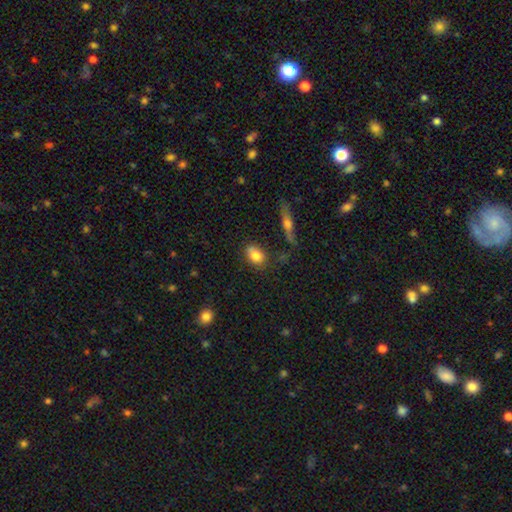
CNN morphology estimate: Smooth or featured?
  - smooth: 80% *
  - featured or disk: 12%
  - star or artifact: 8%
How rounded?
  - in between: 73% *
  - round: 23%
  - cigar-shaped: 4%
Merging?
  - none: 69% *
  - minor disturbance: 19%
  - merger: 6%
  - major disturbance: 5%